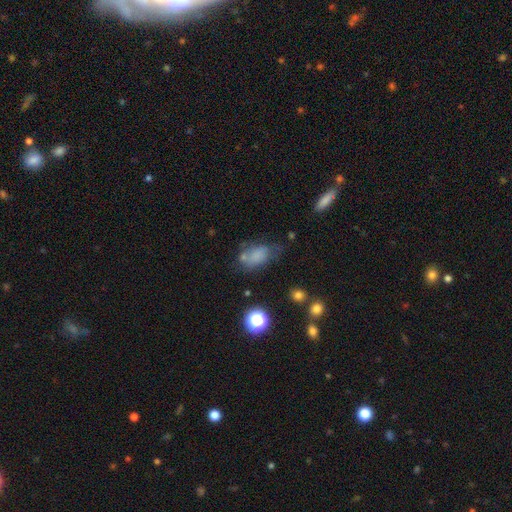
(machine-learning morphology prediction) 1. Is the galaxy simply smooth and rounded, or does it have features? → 65% smooth, 20% featured or disk, 15% star or artifact.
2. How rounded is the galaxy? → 85% in between, 12% round, 3% cigar-shaped.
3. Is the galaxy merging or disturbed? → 42% none, 29% minor disturbance, 18% major disturbance, 11% merger.